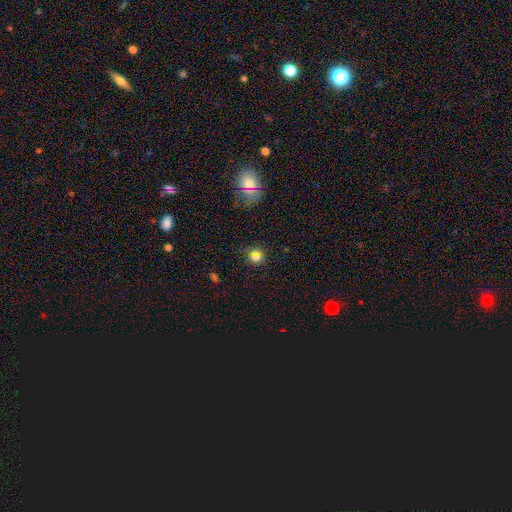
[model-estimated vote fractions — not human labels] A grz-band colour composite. It shows a smooth galaxy with no disk features (65%) that is round (88%). Merging: none (82%).